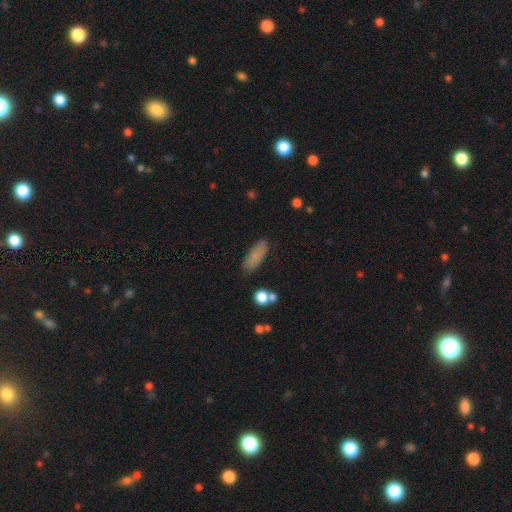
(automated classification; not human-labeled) A smooth galaxy with no disk features (82%) that is in between round and cigar-shaped (67%). Merging: none (78%).